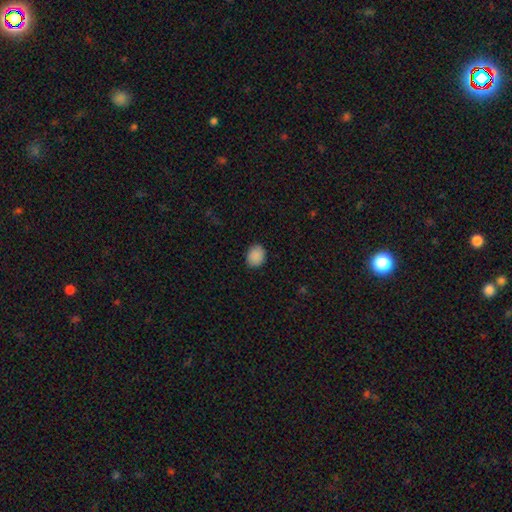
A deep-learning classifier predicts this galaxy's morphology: Smooth or featured: smooth — 89% (star or artifact — 8%)
How rounded: round — 53% (in between — 46%)
Merging: none — 88% (minor disturbance — 9%)